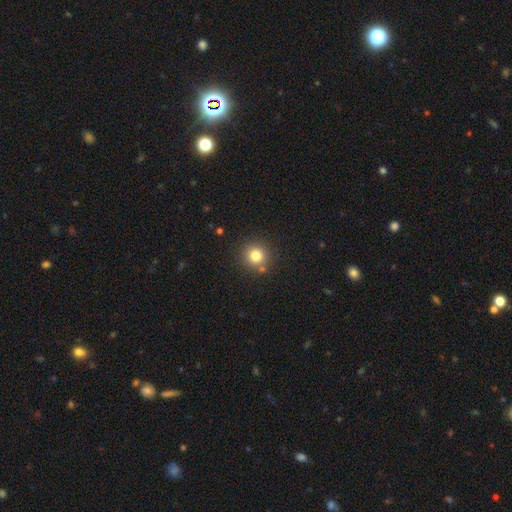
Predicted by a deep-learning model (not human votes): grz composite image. It shows a smooth galaxy with no disk features (79%) that is round (93%). Merging: none (82%).